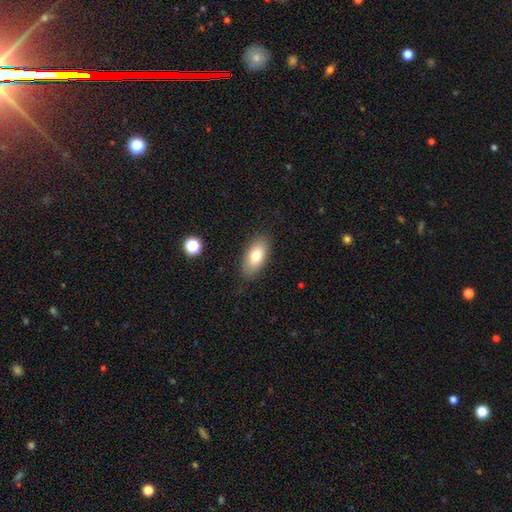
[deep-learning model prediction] The model was most divided on "smooth or featured": smooth: 78%, featured or disk: 15%, star or artifact: 7%. More confident: how rounded — in between (91%); merging — none (84%).